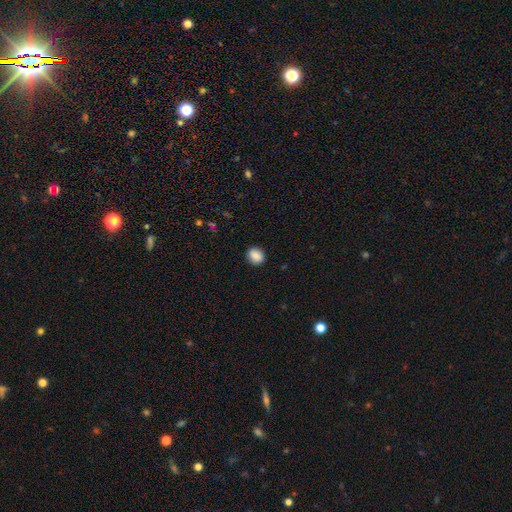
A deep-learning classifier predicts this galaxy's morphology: The model was most divided on "how rounded": round: 69%, in between: 30%, cigar-shaped: 1%. More confident: merging — none (88%); smooth or featured — smooth (87%).